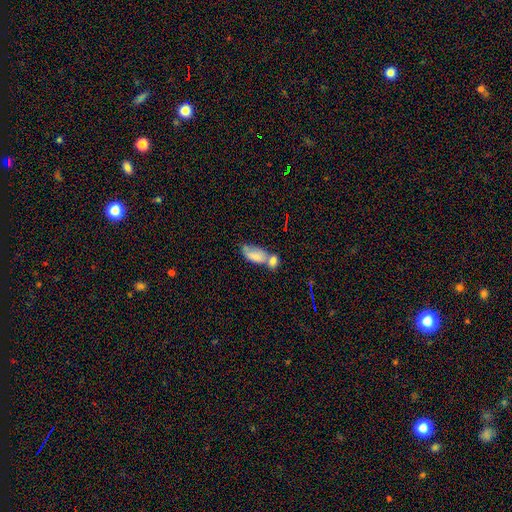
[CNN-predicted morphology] smooth_or_featured: smooth (p=0.72) [alt: featured or disk p=0.19]
how_rounded: in between (p=0.90) [alt: cigar-shaped p=0.06]
merging: merger (p=0.61) [alt: none p=0.19]